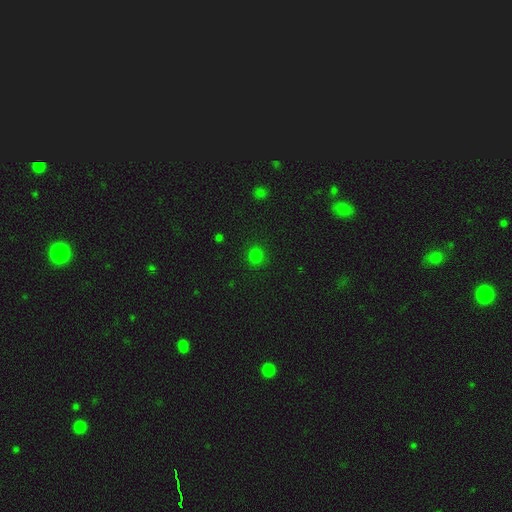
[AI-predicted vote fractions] Smooth or featured?
  - smooth: 79% *
  - star or artifact: 17%
  - featured or disk: 4%
How rounded?
  - round: 90% *
  - in between: 9%
  - cigar-shaped: 1%
Merging?
  - none: 90% *
  - minor disturbance: 6%
  - major disturbance: 2%
  - merger: 1%